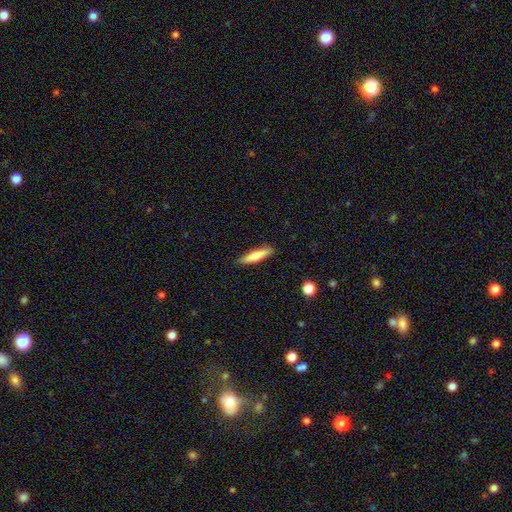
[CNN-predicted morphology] smooth_or_featured: smooth (p=0.65) [alt: featured or disk p=0.28]
how_rounded: cigar-shaped (p=0.82) [alt: in between p=0.17]
merging: none (p=0.86) [alt: minor disturbance p=0.10]